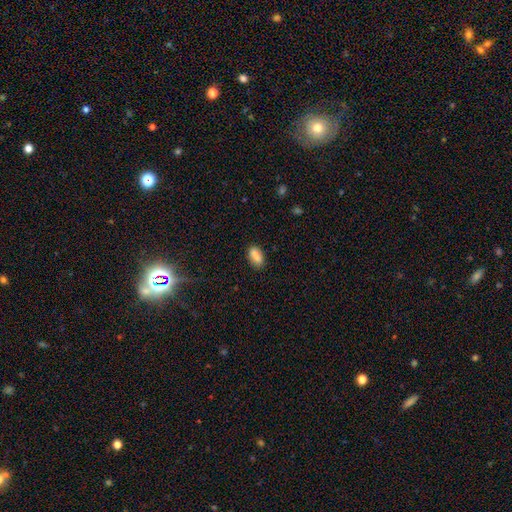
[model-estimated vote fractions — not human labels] smooth-or-featured: smooth: 83% | featured or disk: 9% | star or artifact: 8%
  how-rounded: in between: 80% | cigar-shaped: 15% | round: 4%
  merging: none: 84% | minor disturbance: 11% | major disturbance: 3% | merger: 2%